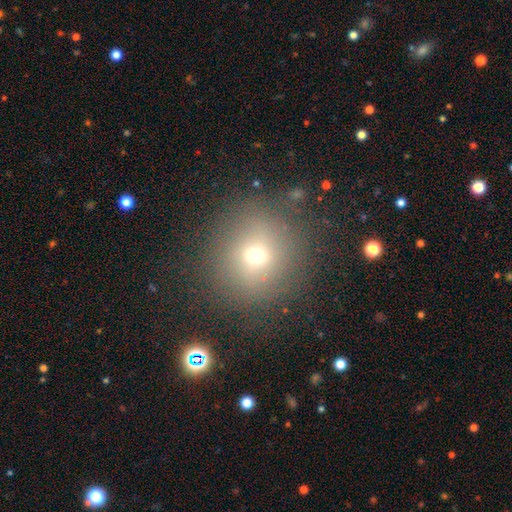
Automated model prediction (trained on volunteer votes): Smooth or featured? Predicted: smooth (p=0.62). How rounded? Predicted: round (p=0.92). Merging? Predicted: none (p=0.85).